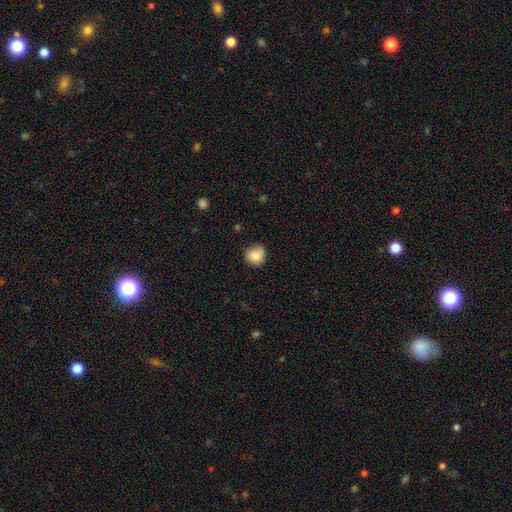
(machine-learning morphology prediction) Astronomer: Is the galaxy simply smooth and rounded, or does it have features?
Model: smooth — 81%.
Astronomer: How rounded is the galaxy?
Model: round — 83%.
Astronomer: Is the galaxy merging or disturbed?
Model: none — 61%.